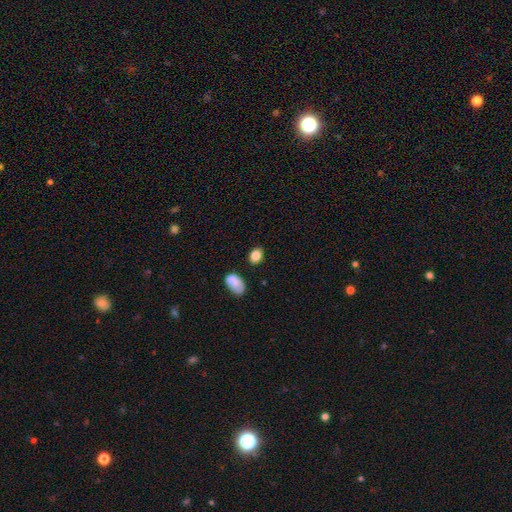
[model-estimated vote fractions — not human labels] A smooth galaxy with no disk features (85%) that is in between round and cigar-shaped (70%). Merging: none (82%).